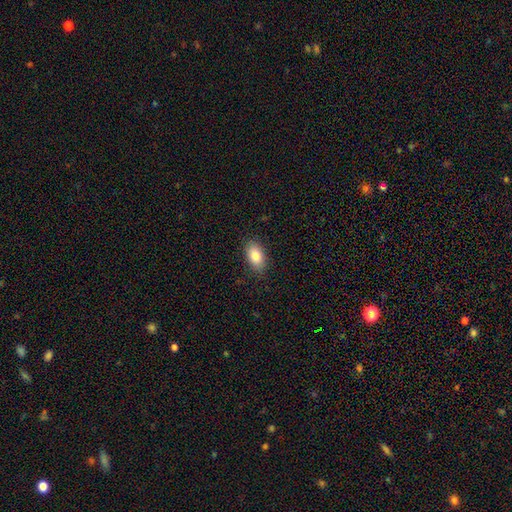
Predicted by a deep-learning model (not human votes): This is clearly a smooth galaxy (84%). How rounded: clearly in between (92%). Merging: clearly none (86%).